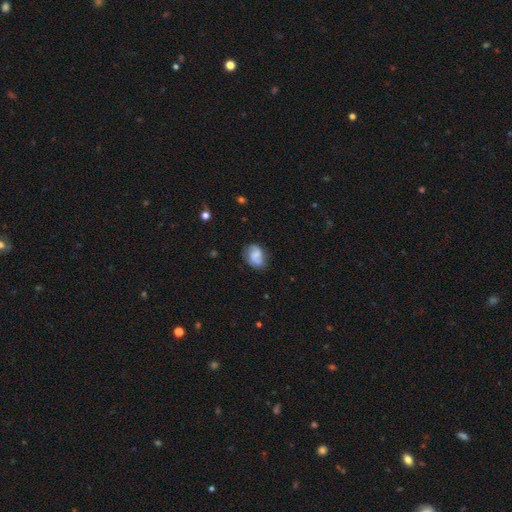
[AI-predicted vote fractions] This is possibly a featured or disk galaxy (56%). It is clearly not viewed edge-on (97%). Bar: possibly no (48%). Spiral arm pattern: clearly yes (89%). Central bulge: marginally none (35%). Merging: likely none (70%).